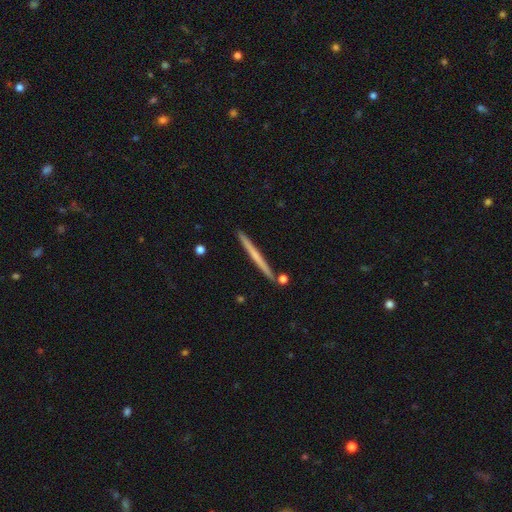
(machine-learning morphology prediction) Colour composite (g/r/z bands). It shows a featured or disk galaxy (50%) viewed edge-on (98%). Merging: none (89%).